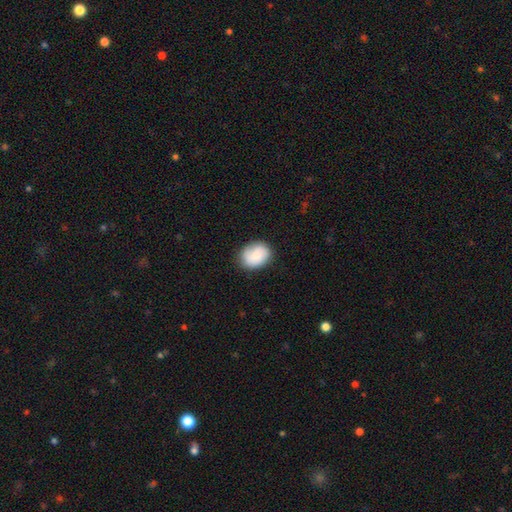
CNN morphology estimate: The model was most divided on "how rounded": round: 53%, in between: 46%, cigar-shaped: 1%. More confident: merging — none (78%); smooth or featured — smooth (76%).